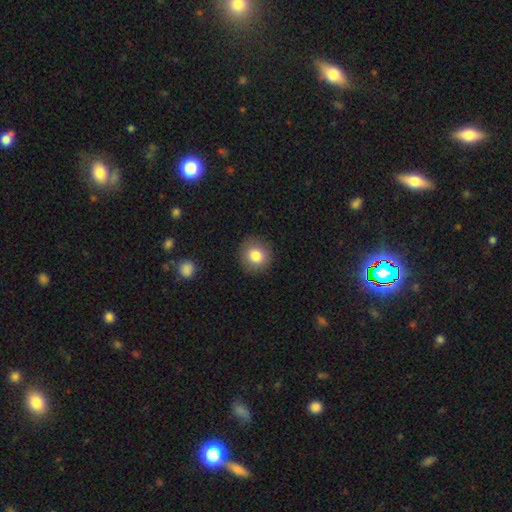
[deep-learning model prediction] Smooth or featured?
  - smooth: 82% *
  - star or artifact: 9%
  - featured or disk: 9%
How rounded?
  - round: 90% *
  - in between: 9%
  - cigar-shaped: 1%
Merging?
  - none: 89% *
  - minor disturbance: 7%
  - major disturbance: 2%
  - merger: 1%